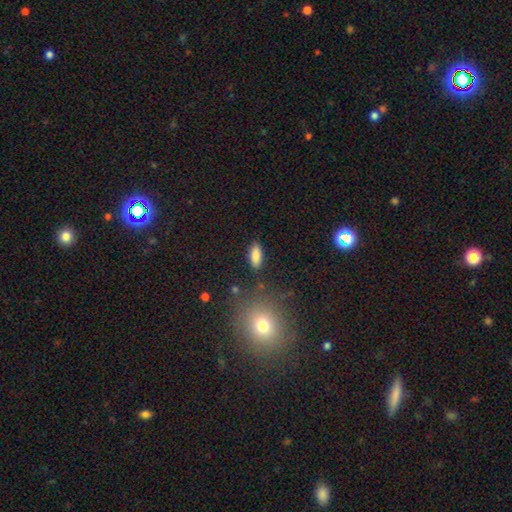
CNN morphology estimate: smooth 86%, star or artifact 8%, featured or disk 6%. Down the decision tree: how rounded — in between (83%); merging — none (85%).